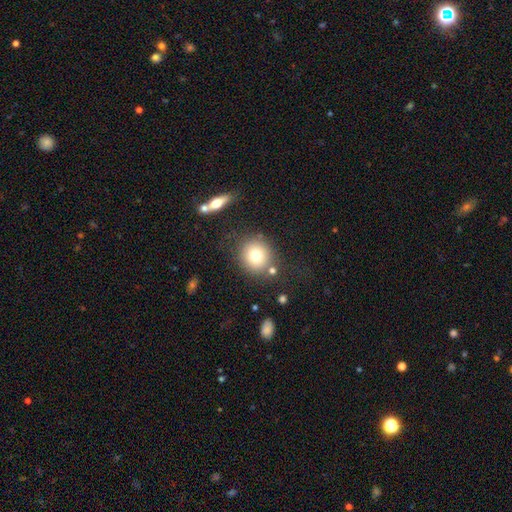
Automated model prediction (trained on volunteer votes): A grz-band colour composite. It shows a smooth galaxy with no disk features (74%) that is round (88%). Merging: none (78%).